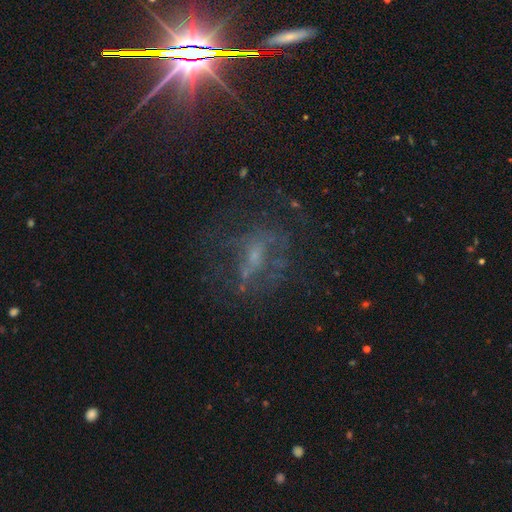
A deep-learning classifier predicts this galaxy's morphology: A featured or disk galaxy (52%). Merging: none (54%).